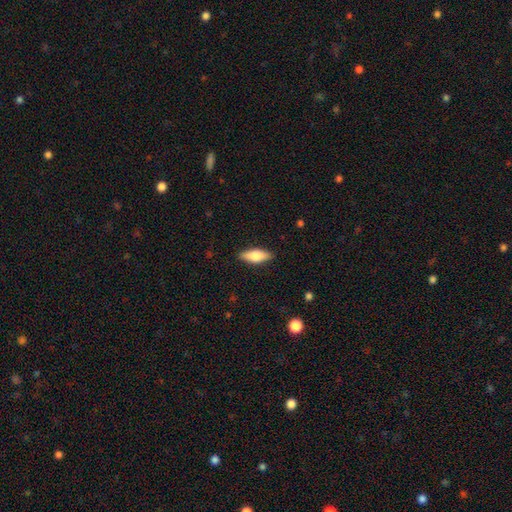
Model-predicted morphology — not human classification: Smooth or featured? Predicted: smooth (p=0.66). How rounded? Predicted: in between (p=0.69). Merging? Predicted: none (p=0.88).